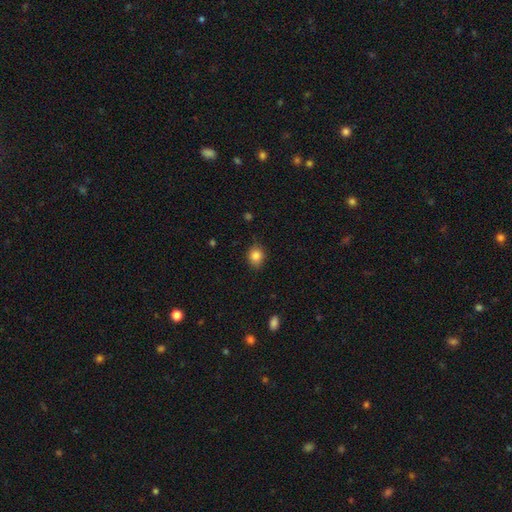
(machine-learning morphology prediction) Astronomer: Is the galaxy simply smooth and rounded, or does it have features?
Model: smooth — 84%.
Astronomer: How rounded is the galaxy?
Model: round — 60% (runner-up: in between, 39%).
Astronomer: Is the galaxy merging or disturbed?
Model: none — 80%.